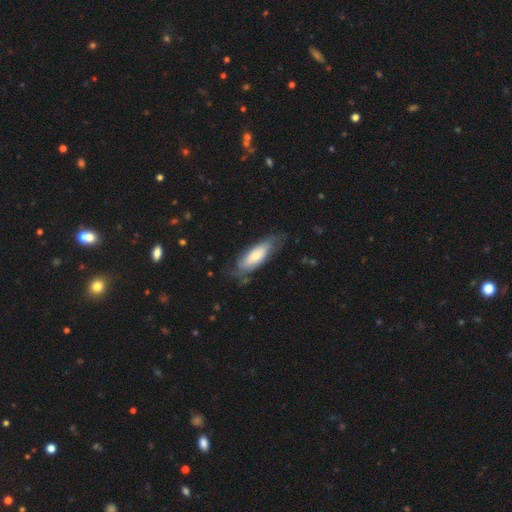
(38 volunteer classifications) A smooth galaxy with no disk features (58%) that is in between round and cigar-shaped (82%).

Vote fractions:
- Smooth or featured? smooth: 58% / featured or disk: 42% / star or artifact: 0%
- How rounded? in between: 82% / round: 9% / cigar-shaped: 9%
- Merging? none: 39% / minor disturbance: 37% / major disturbance: 24% / merger: 0%